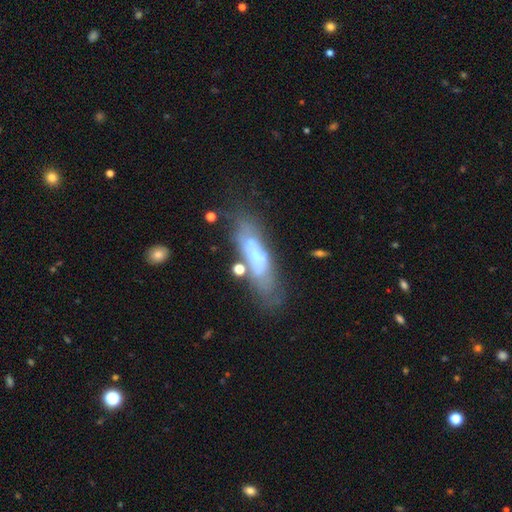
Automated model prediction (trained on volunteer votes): Morphology: type=featured or disk (52%); edge-on=no (67%); merging=none (53%).